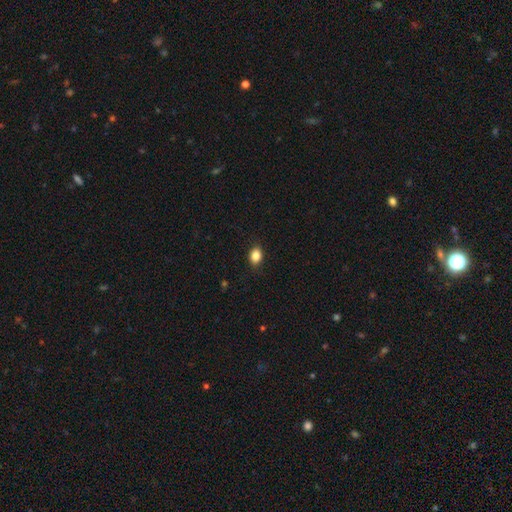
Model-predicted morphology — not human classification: Smooth or featured: smooth — 85% (star or artifact — 10%)
How rounded: in between — 66% (round — 33%)
Merging: none — 88% (minor disturbance — 9%)